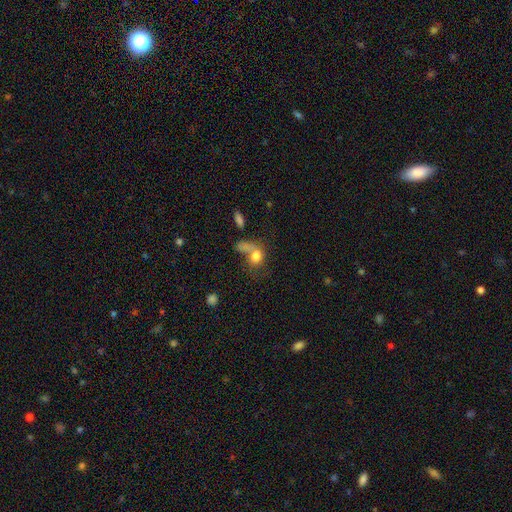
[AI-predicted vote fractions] Smooth or featured?
  - smooth: 74% *
  - featured or disk: 16%
  - star or artifact: 10%
How rounded?
  - round: 53% *
  - in between: 45%
  - cigar-shaped: 2%
Merging?
  - merger: 34% *
  - major disturbance: 26%
  - none: 26%
  - minor disturbance: 13%